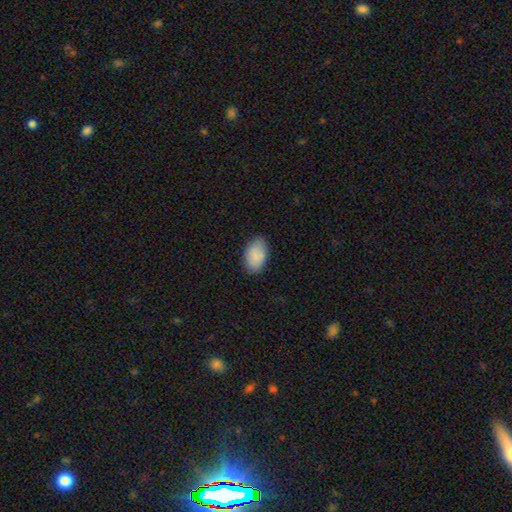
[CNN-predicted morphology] Smooth or featured?
  - smooth: 87% *
  - star or artifact: 7%
  - featured or disk: 6%
How rounded?
  - in between: 92% *
  - round: 7%
  - cigar-shaped: 1%
Merging?
  - none: 82% *
  - minor disturbance: 14%
  - major disturbance: 3%
  - merger: 1%